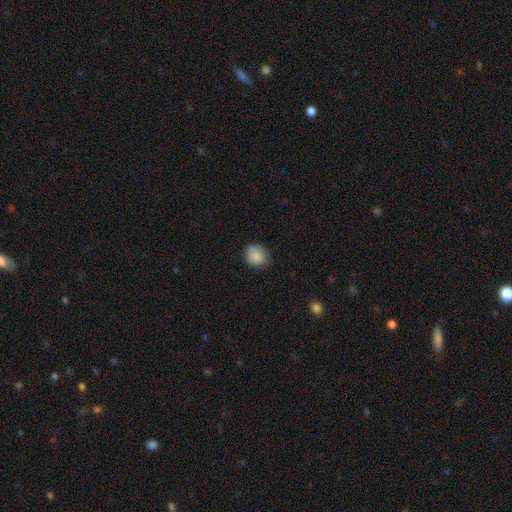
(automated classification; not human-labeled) Overall: smooth (85%). How rounded: round (74%). Merging: none (71%).